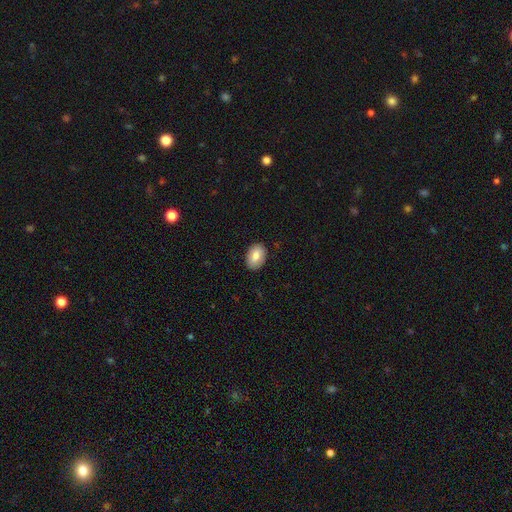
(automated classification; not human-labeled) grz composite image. It shows a smooth galaxy with no disk features (81%) that is in between round and cigar-shaped (86%). Merging: none (88%).